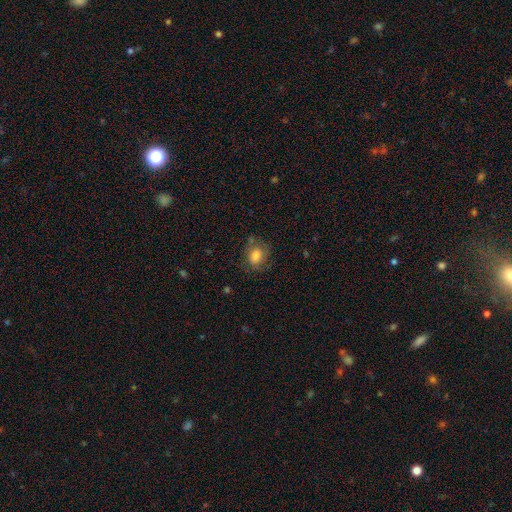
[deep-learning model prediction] smooth 76%, featured or disk 16%, star or artifact 8%. Down the decision tree: how rounded — round (52%); merging — none (66%).